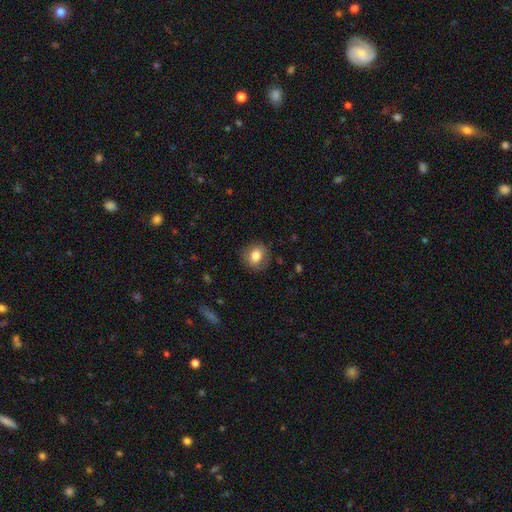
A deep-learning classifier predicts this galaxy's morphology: smooth-or-featured: smooth: 77% | featured or disk: 15% | star or artifact: 8%
  how-rounded: round: 76% | in between: 23% | cigar-shaped: 1%
  merging: none: 83% | minor disturbance: 12% | major disturbance: 4% | merger: 1%